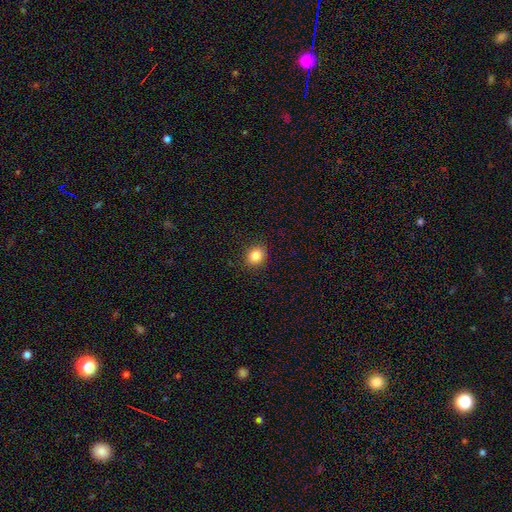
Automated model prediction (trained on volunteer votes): The model was most divided on "how rounded": round: 64%, in between: 35%, cigar-shaped: 1%. More confident: merging — none (90%); smooth or featured — smooth (84%).